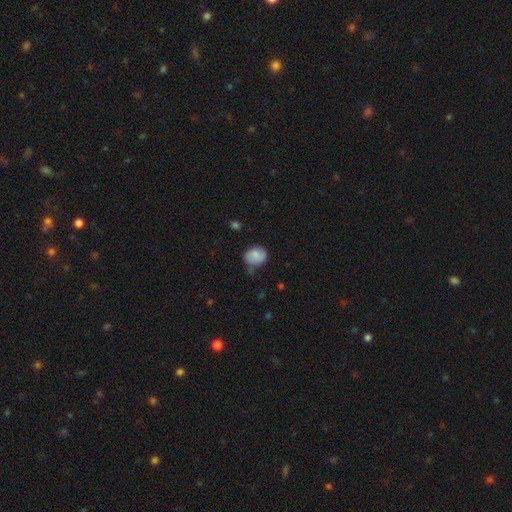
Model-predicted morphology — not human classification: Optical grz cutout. It shows a smooth galaxy with no disk features (82%) that is round (50%). Merging: none (57%).